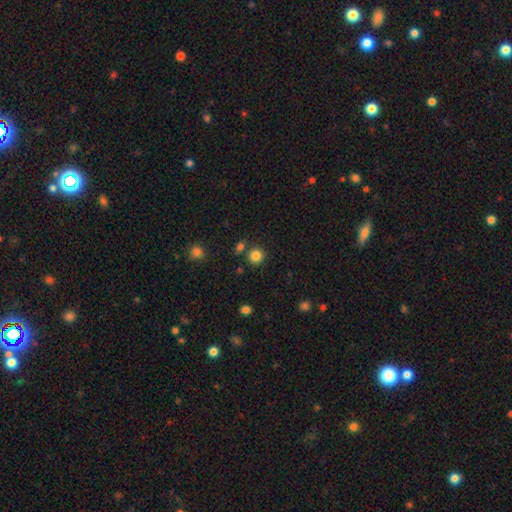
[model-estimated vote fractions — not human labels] This is clearly a smooth galaxy (84%). How rounded: clearly round (92%). Merging: clearly none (80%).